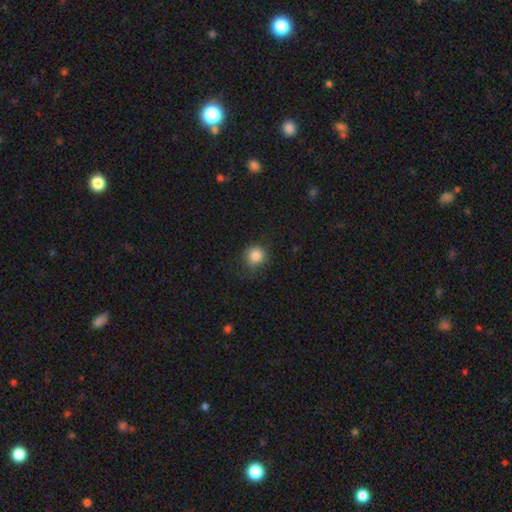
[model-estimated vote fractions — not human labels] Smooth or featured: smooth — 84% (star or artifact — 11%)
How rounded: round — 90% (in between — 9%)
Merging: none — 79% (minor disturbance — 15%)